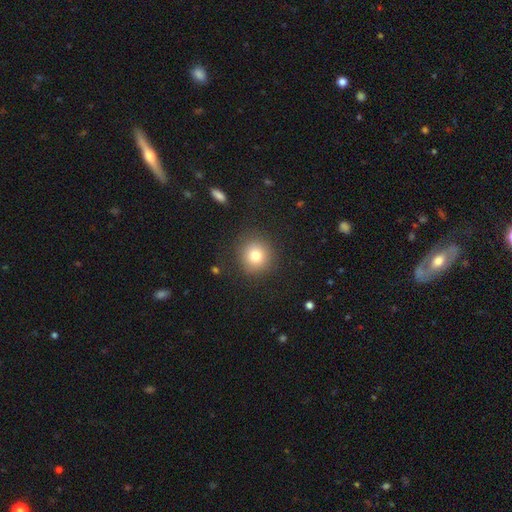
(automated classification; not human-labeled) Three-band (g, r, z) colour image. It shows a smooth galaxy with no disk features (79%) that is round (90%). Merging: none (87%).